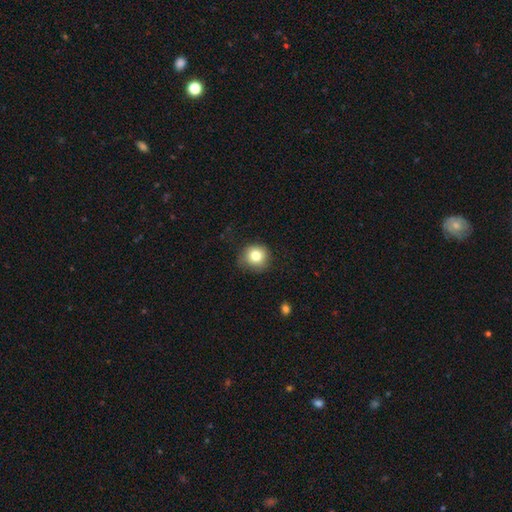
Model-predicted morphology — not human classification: Smooth or featured?
  - smooth: 80% *
  - star or artifact: 11%
  - featured or disk: 9%
How rounded?
  - round: 90% *
  - in between: 9%
  - cigar-shaped: 1%
Merging?
  - none: 76% *
  - minor disturbance: 18%
  - major disturbance: 4%
  - merger: 1%